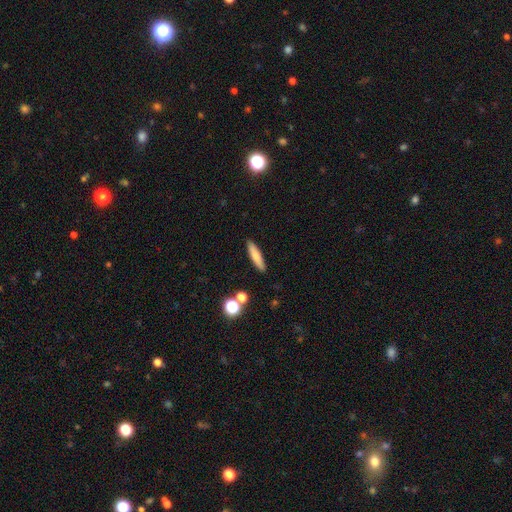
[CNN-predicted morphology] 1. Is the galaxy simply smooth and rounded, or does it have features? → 76% smooth, 16% featured or disk, 8% star or artifact.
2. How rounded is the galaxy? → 83% cigar-shaped, 15% in between, 2% round.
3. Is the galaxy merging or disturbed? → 89% none, 7% minor disturbance, 2% merger, 2% major disturbance.